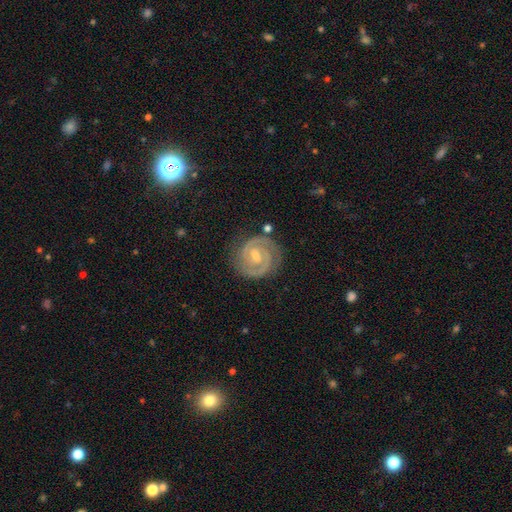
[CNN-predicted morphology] Smooth or featured?
  - featured or disk: 90% *
  - star or artifact: 6%
  - smooth: 5%
Edge-on disk?
  - no: 98% *
  - yes: 2%
Bar?
  - weak: 50% *
  - no: 30%
  - strong: 20%
Spiral arms?
  - yes: 98% *
  - no: 2%
Spiral winding?
  - tight: 70% *
  - medium: 27%
  - loose: 3%
Spiral arm count?
  - 2: 91% *
  - can't tell: 3%
  - 3: 3%
  - 1: 1%
  - 4: 1%
  - more than 4: 1%
Bulge size?
  - moderate: 57% *
  - small: 38%
  - large: 2%
  - none: 2%
  - dominant: 1%
Merging?
  - none: 84% *
  - minor disturbance: 11%
  - major disturbance: 3%
  - merger: 2%